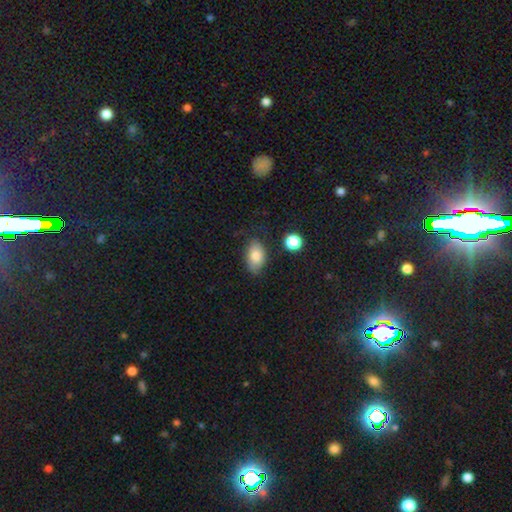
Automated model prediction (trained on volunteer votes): Smooth or featured? smooth (80%)
How rounded? in between (89%)
Merging? none (71%)